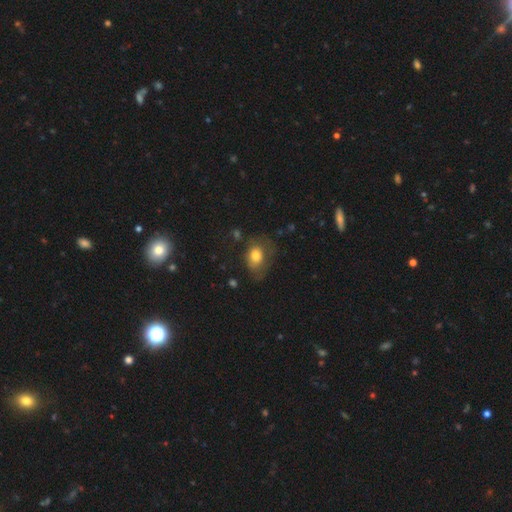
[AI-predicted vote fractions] The model was most divided on "merging": none: 48%, minor disturbance: 28%, major disturbance: 21%, merger: 3%. More confident: smooth or featured — smooth (74%); how rounded — in between (62%).